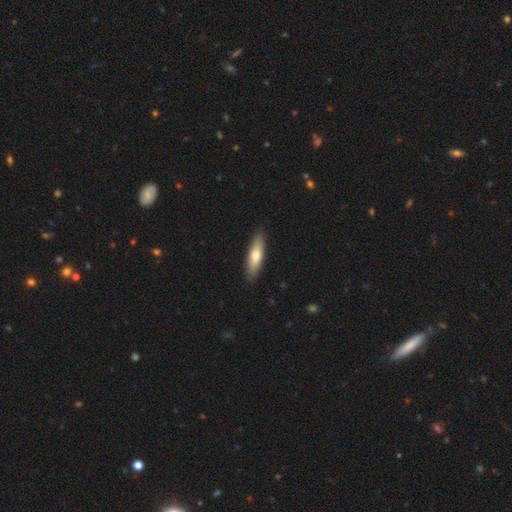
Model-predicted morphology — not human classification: This appears to be a smooth galaxy with no disk features (68%) that is cigar-shaped (59%). Merging: none (89%).